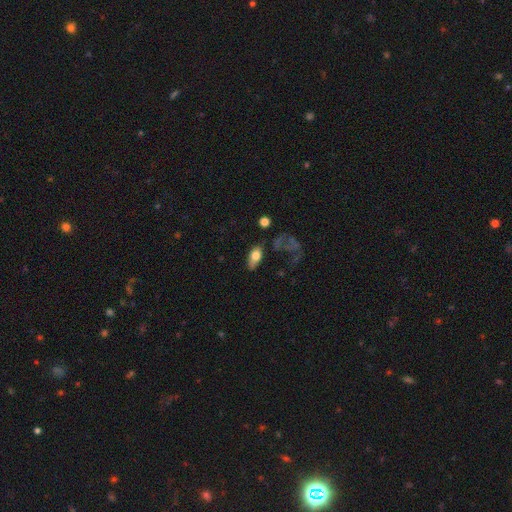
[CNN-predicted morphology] type=smooth (70%); roundness=in between (85%); merging=none (56%).